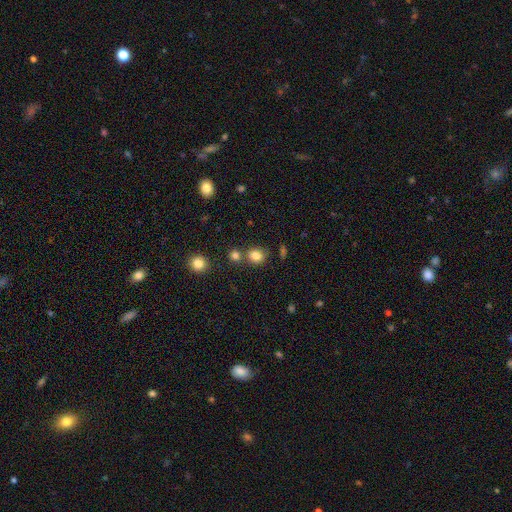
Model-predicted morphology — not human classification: A smooth galaxy with no disk features (82%) that is round (76%). Merging: none (71%).